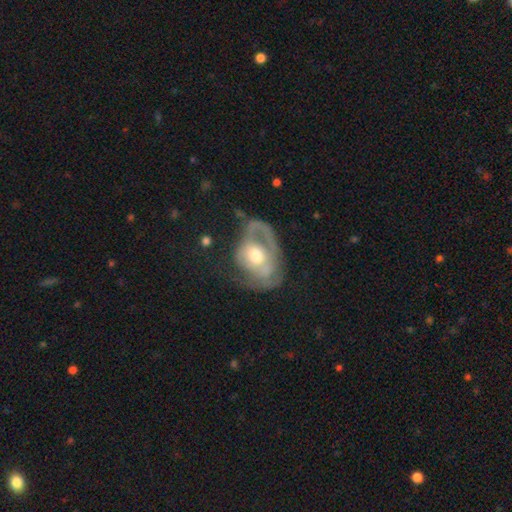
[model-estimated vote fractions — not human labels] Q: Smooth or featured?
A: featured or disk (67%); runner-up: smooth (27%)
Q: Edge-on disk?
A: no (96%); runner-up: yes (4%)
Q: Bar?
A: no (76%); runner-up: weak (19%)
Q: Spiral arms?
A: yes (64%); runner-up: no (36%)
Q: Bulge size?
A: moderate (67%); runner-up: small (18%)
Q: Merging?
A: major disturbance (45%); runner-up: none (29%)